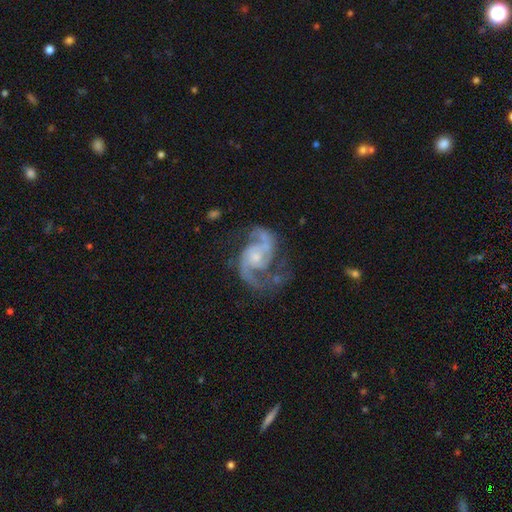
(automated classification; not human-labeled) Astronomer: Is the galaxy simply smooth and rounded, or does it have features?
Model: featured or disk — 92%.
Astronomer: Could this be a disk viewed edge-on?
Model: no — 98%.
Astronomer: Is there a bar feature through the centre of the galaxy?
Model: no — 59%.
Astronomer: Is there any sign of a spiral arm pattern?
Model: yes — 98%.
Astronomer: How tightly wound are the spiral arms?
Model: medium — 61%.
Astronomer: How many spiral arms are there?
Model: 2 — 91%.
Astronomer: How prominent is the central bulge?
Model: small — 59%.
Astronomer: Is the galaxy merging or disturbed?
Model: none — 67%.